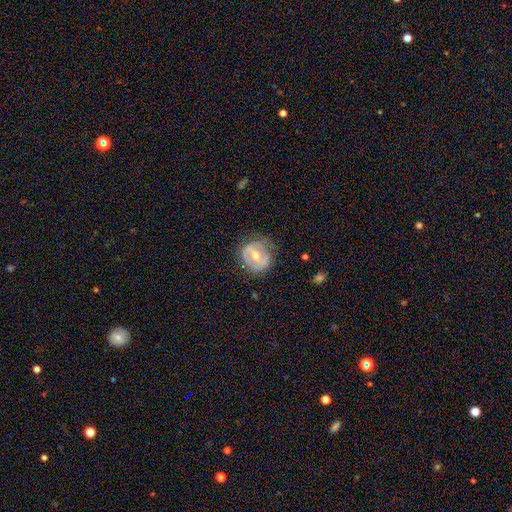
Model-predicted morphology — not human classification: This appears to be a featured or disk galaxy (60%) with a weak bar (40%), no spiral arms (62%) and a moderate central bulge (73%). Merging: none (66%).